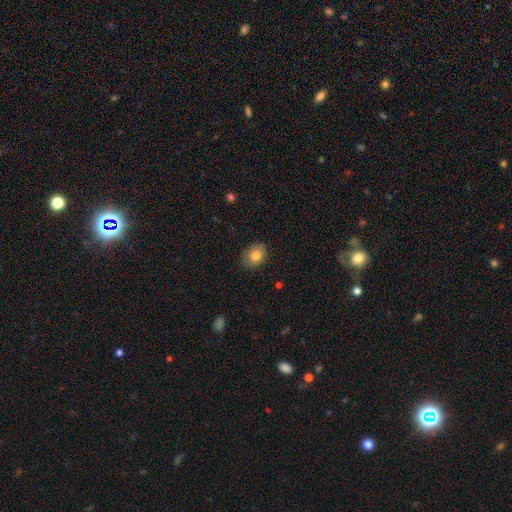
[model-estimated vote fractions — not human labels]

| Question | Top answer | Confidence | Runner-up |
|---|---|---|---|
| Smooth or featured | smooth | 83% | featured or disk (8%) |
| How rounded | in between | 64% | round (35%) |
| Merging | none | 81% | minor disturbance (15%) |